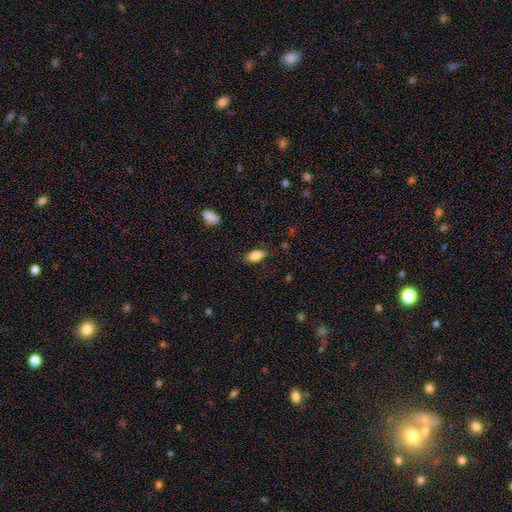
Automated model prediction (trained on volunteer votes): Smooth or featured?
  - smooth: 82% *
  - featured or disk: 10%
  - star or artifact: 8%
How rounded?
  - in between: 88% *
  - cigar-shaped: 8%
  - round: 4%
Merging?
  - none: 82% *
  - minor disturbance: 13%
  - major disturbance: 3%
  - merger: 1%